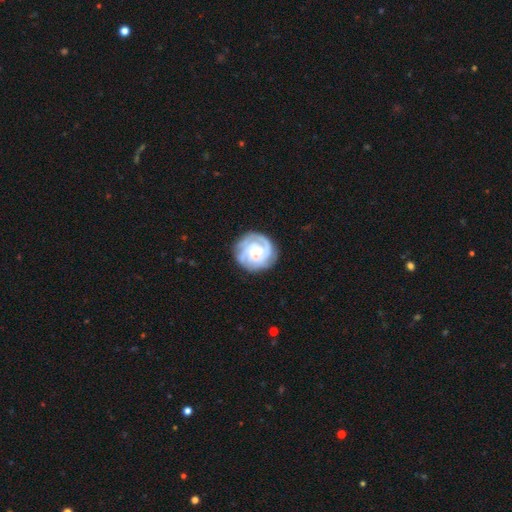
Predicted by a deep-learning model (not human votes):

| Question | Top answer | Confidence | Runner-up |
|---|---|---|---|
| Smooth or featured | featured or disk | 80% | smooth (14%) |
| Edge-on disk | no | 98% | yes (2%) |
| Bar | no | 63% | weak (30%) |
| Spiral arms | yes | 95% | no (5%) |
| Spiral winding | tight | 71% | medium (24%) |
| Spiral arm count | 3 | 33% | can't tell (25%) |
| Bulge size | small | 41% | moderate (31%) |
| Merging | none | 78% | minor disturbance (15%) |